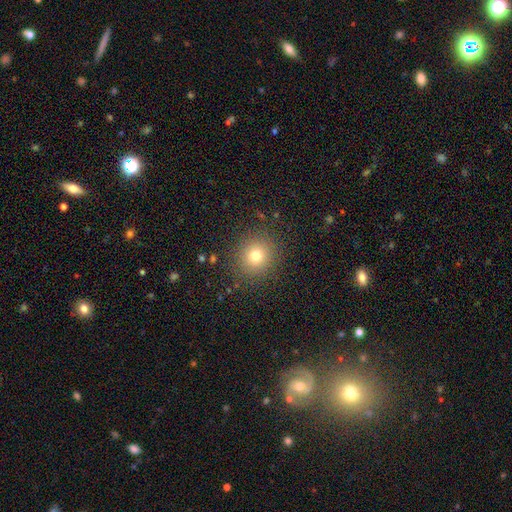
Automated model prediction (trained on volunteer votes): Smooth or featured? smooth (76%)
How rounded? round (89%)
Merging? none (89%)